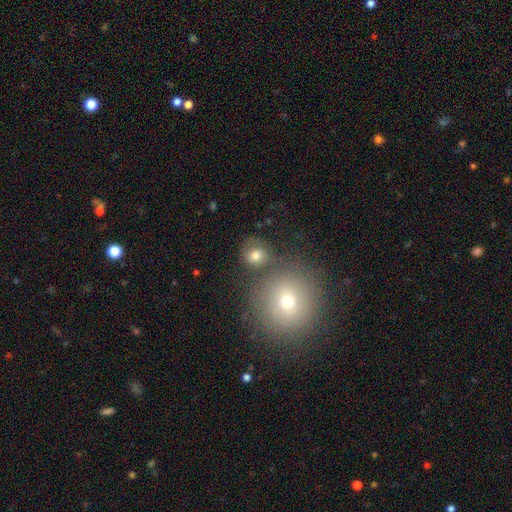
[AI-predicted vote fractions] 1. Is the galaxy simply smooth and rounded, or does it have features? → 75% smooth, 14% star or artifact, 12% featured or disk.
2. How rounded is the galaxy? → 86% round, 13% in between, 1% cigar-shaped.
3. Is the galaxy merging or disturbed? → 68% none, 16% merger, 11% minor disturbance, 5% major disturbance.